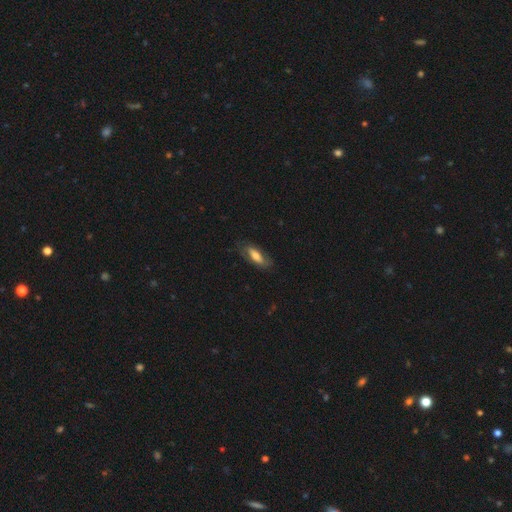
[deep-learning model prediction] smooth_or_featured: smooth (p=0.55) [alt: featured or disk p=0.39]
how_rounded: in between (p=0.71) [alt: cigar-shaped p=0.27]
merging: none (p=0.72) [alt: minor disturbance p=0.19]